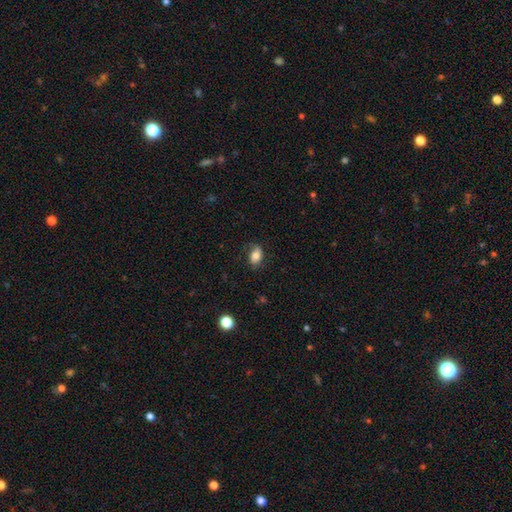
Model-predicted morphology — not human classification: Smooth or featured? smooth (76%)
How rounded? in between (83%)
Merging? none (72%)